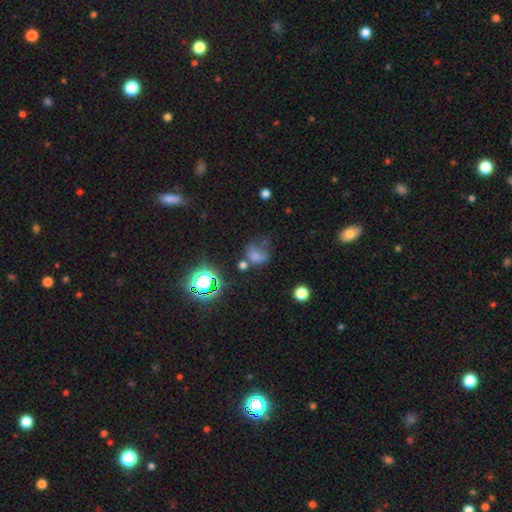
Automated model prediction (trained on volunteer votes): Overall: smooth (55%; star or artifact 26%). How rounded: round (50%; in between 49%). Merging: none (33%; major disturbance 29%).